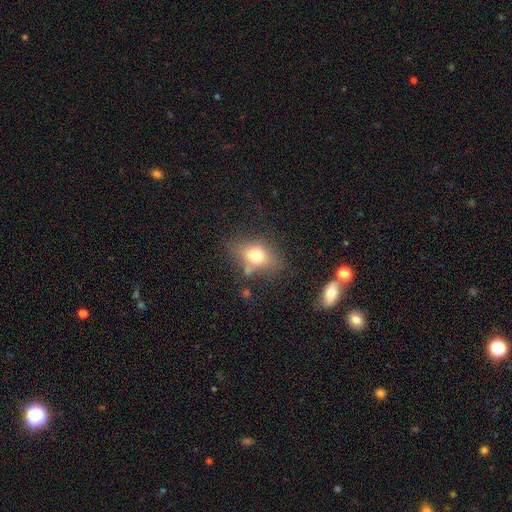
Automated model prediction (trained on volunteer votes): smooth 70%, featured or disk 18%, star or artifact 12%. Down the decision tree: how rounded — in between (69%); merging — none (54%).